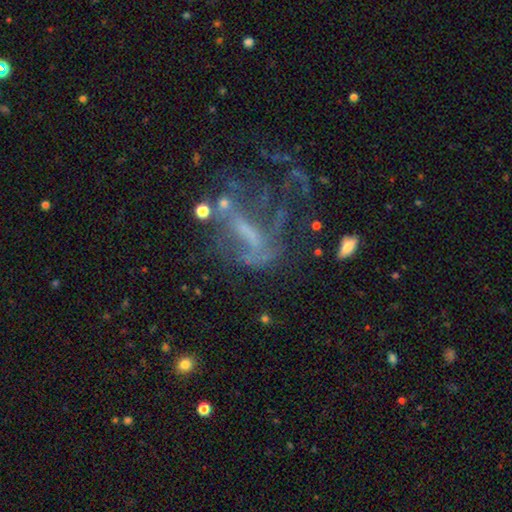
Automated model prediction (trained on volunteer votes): Smooth or featured? Predicted: featured or disk (p=0.63). Edge-on disk? Predicted: no (p=0.91). Bar? Predicted: no (p=0.38). Spiral arms? Predicted: no (p=0.60). Bulge size? Predicted: none (p=0.49). Merging? Predicted: major disturbance (p=0.42).